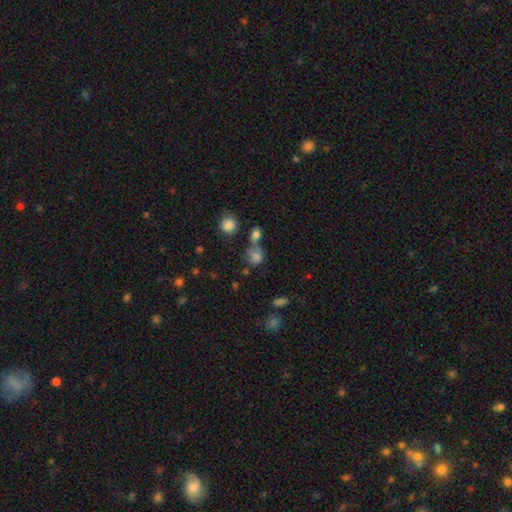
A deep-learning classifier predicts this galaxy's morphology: This appears to be a smooth galaxy with no disk features (77%) that is round (68%). Merging: none (41%).